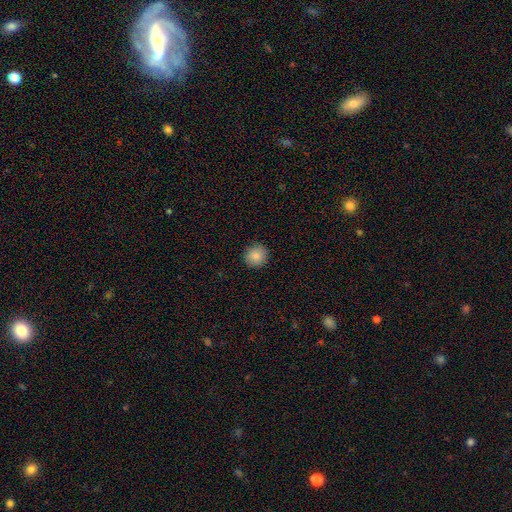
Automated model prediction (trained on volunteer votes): Smooth or featured: smooth — 86% (star or artifact — 9%)
How rounded: round — 92% (in between — 7%)
Merging: none — 90% (minor disturbance — 8%)